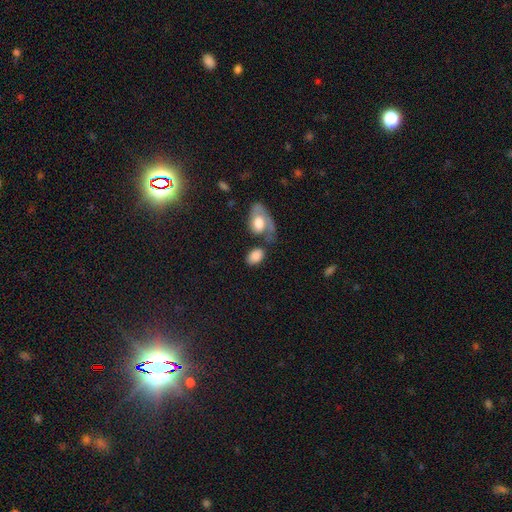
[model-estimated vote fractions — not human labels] A smooth galaxy with no disk features (80%) that is in between round and cigar-shaped (86%). Merging: none (47%).